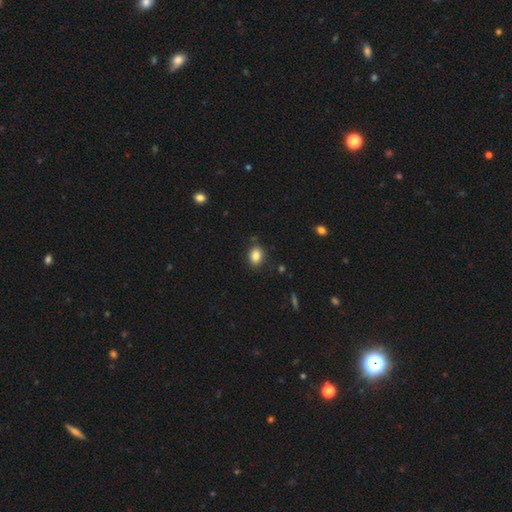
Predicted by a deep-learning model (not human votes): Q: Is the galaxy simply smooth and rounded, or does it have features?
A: smooth — 85%.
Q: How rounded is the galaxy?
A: in between — 68%.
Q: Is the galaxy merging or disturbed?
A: none — 83%.